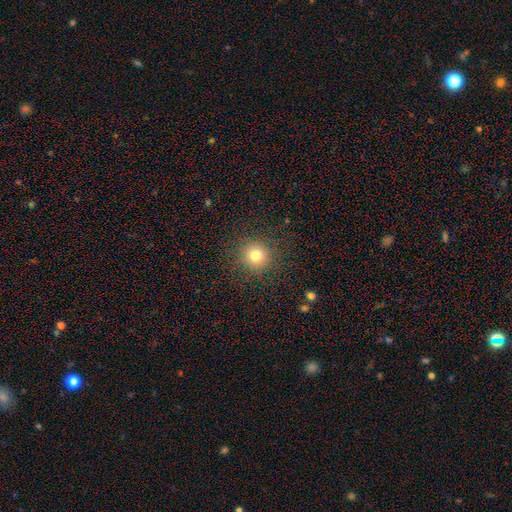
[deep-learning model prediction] Q: Smooth or featured?
A: smooth (78%); runner-up: star or artifact (14%)
Q: How rounded?
A: round (93%); runner-up: in between (6%)
Q: Merging?
A: none (88%); runner-up: minor disturbance (7%)